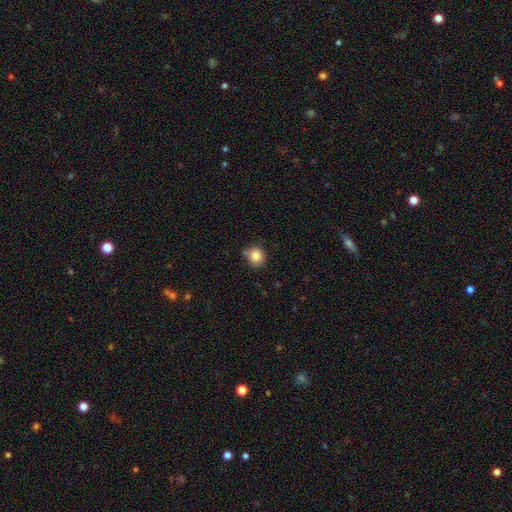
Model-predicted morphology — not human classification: type=smooth (86%); roundness=round (83%); merging=none (78%).